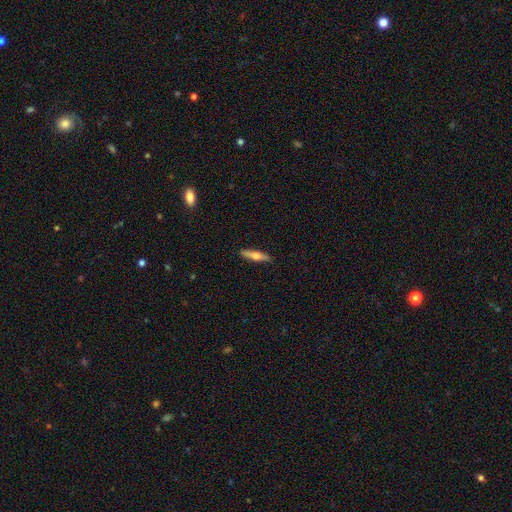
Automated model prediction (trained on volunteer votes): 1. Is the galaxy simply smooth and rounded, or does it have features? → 51% smooth, 43% featured or disk, 6% star or artifact.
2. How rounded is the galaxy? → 83% cigar-shaped, 15% in between, 2% round.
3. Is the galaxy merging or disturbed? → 89% none, 8% minor disturbance, 2% major disturbance, 1% merger.